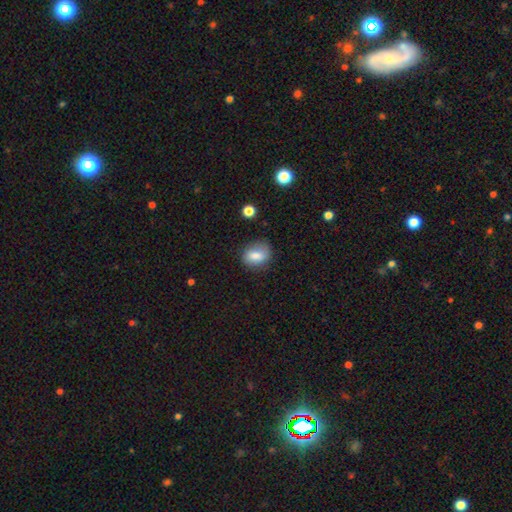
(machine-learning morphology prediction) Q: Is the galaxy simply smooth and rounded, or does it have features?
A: smooth — 80%.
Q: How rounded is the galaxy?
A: in between — 60%.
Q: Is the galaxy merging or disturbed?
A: none — 72%.